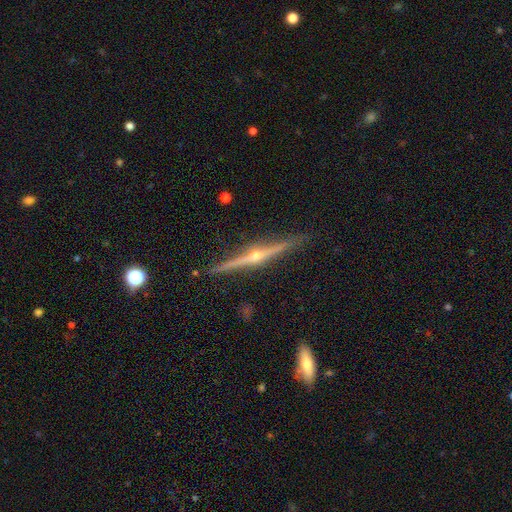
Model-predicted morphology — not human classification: Smooth or featured?
  - featured or disk: 88% *
  - smooth: 7%
  - star or artifact: 5%
Edge-on disk?
  - yes: 99% *
  - no: 1%
Edge-on bulge?
  - rounded: 93% *
  - none: 4%
  - boxy: 2%
Merging?
  - none: 90% *
  - minor disturbance: 7%
  - major disturbance: 1%
  - merger: 1%